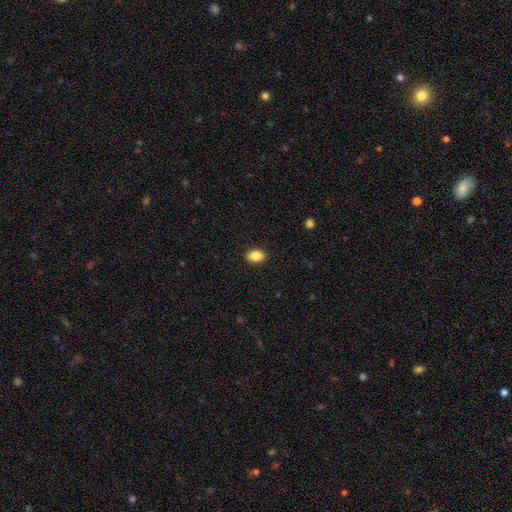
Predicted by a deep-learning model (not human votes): A smooth galaxy with no disk features (86%) that is in between round and cigar-shaped (80%). Merging: none (90%).